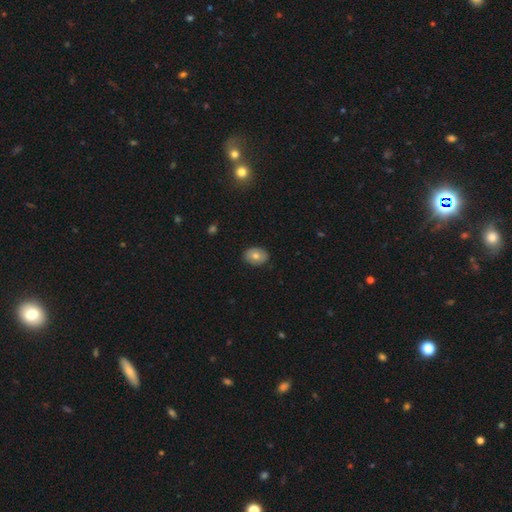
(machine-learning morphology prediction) Smooth or featured? Predicted: smooth (p=0.70). How rounded? Predicted: in between (p=0.65). Merging? Predicted: none (p=0.88).